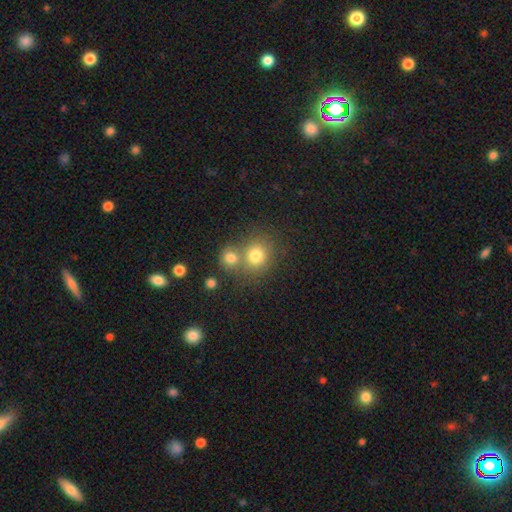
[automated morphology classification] This appears to be a smooth galaxy with no disk features (76%) that is round (80%). Merging: none (51%).